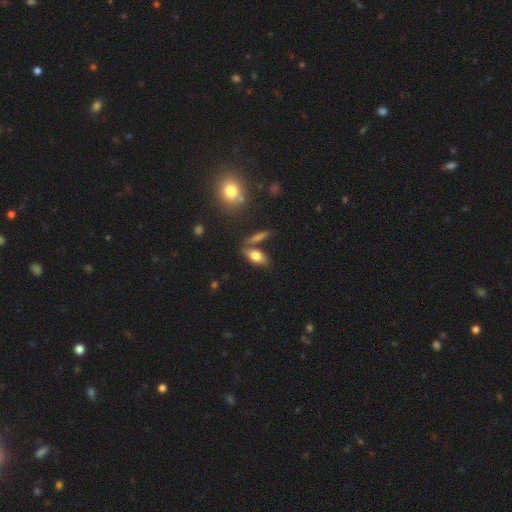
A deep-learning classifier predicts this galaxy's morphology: A smooth galaxy with no disk features (76%) that is in between round and cigar-shaped (83%). Merging: none (64%).